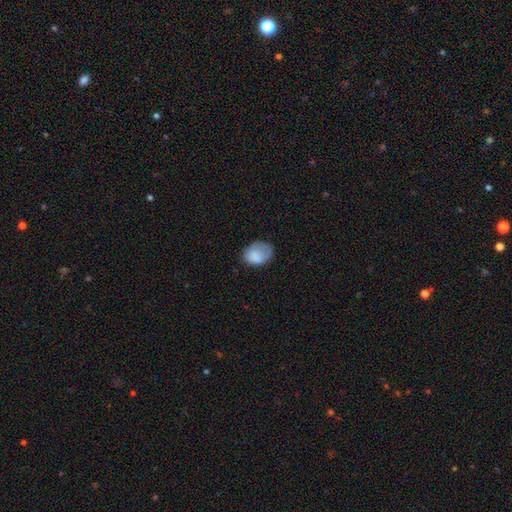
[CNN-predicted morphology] Overall: smooth (82%). How rounded: in between (67%; round 32%). Merging: none (51%; minor disturbance 31%).